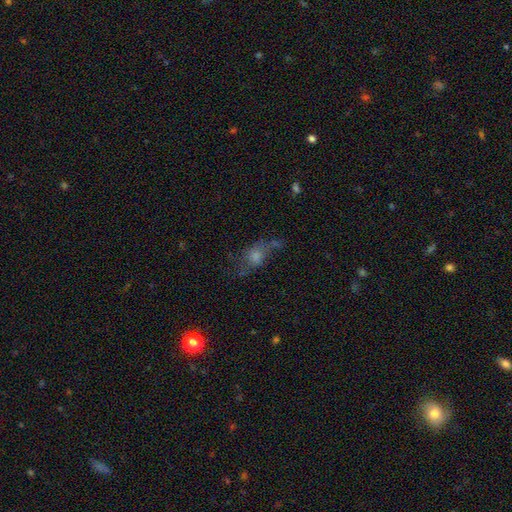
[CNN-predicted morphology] A smooth galaxy with no disk features (53%) that is in between round and cigar-shaped (64%). Merging: none (41%).